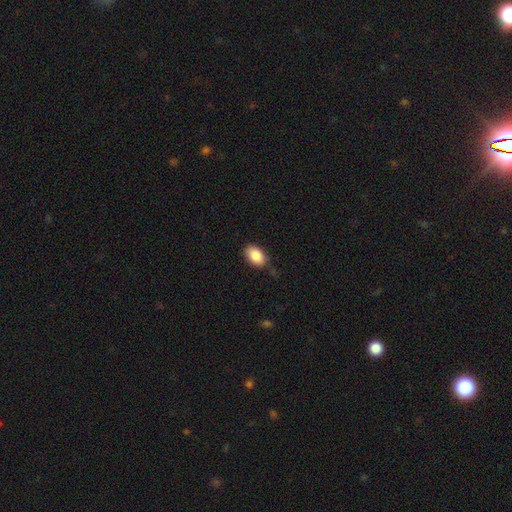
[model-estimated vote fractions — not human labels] smooth-or-featured: smooth: 87% | star or artifact: 7% | featured or disk: 6%
  how-rounded: in between: 87% | round: 11% | cigar-shaped: 1%
  merging: none: 74% | minor disturbance: 20% | major disturbance: 4% | merger: 2%